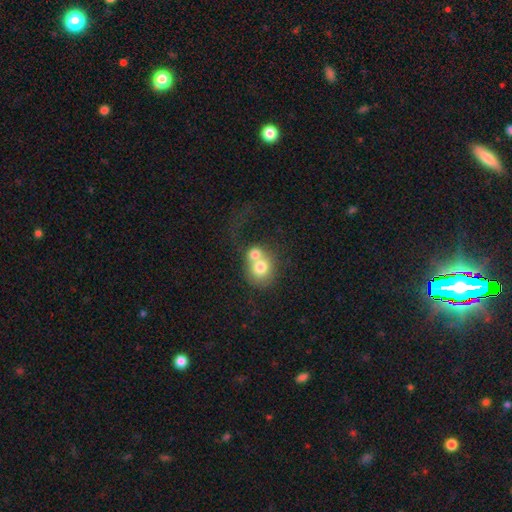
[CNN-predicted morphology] smooth 68%, featured or disk 23%, star or artifact 9%. Down the decision tree: how rounded — round (73%); merging — merger (67%).